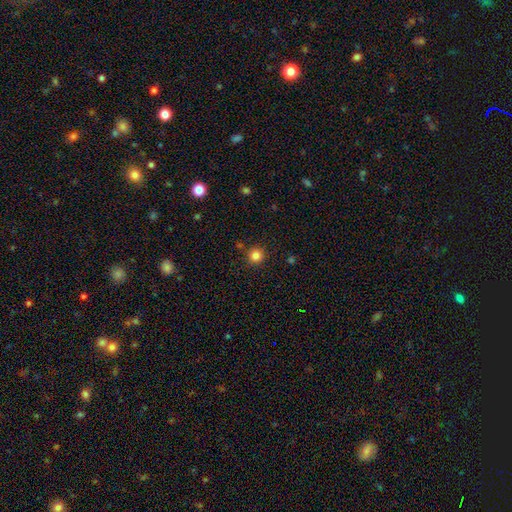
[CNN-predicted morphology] This is clearly a smooth galaxy (83%). How rounded: clearly round (95%). Merging: clearly none (88%).